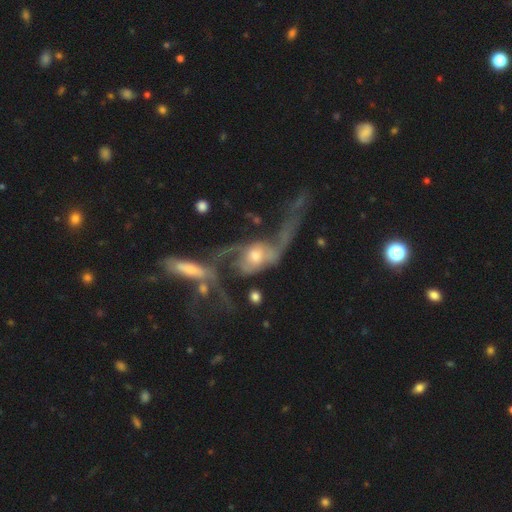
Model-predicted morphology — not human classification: A featured or disk galaxy (77%) with no bar (66%), 2 (69%) loose (74%) spiral arms (83%) and a moderate central bulge (54%). Merging: merger (49%).